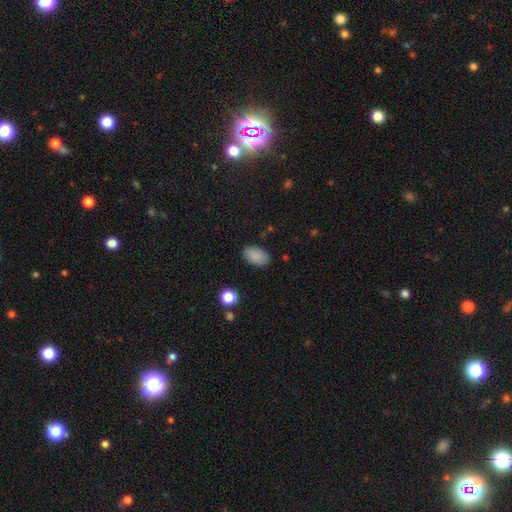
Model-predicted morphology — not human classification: Smooth or featured?
  - smooth: 88% *
  - star or artifact: 8%
  - featured or disk: 4%
How rounded?
  - in between: 92% *
  - round: 7%
  - cigar-shaped: 1%
Merging?
  - none: 86% *
  - minor disturbance: 10%
  - major disturbance: 3%
  - merger: 1%